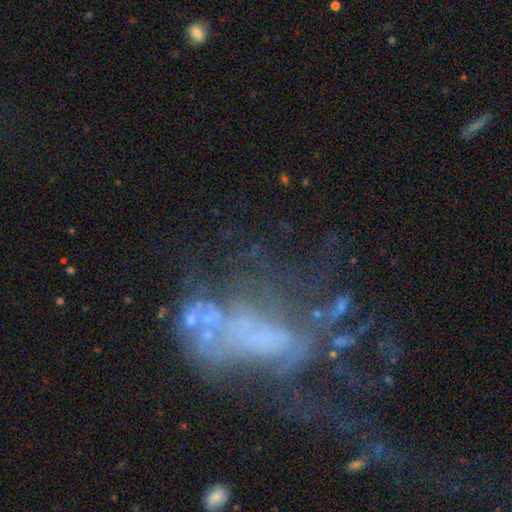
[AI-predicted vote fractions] Smooth or featured? Predicted: featured or disk (p=0.58). Edge-on disk? Predicted: no (p=0.96). Bar? Predicted: no (p=0.85). Spiral arms? Predicted: no (p=0.85). Bulge size? Predicted: none (p=0.75). Merging? Predicted: major disturbance (p=0.44).